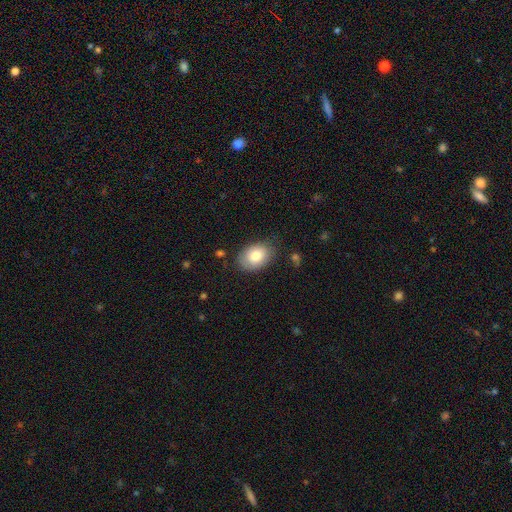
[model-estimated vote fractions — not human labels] This appears to be a smooth galaxy with no disk features (82%) that is in between round and cigar-shaped (83%). Merging: none (79%).